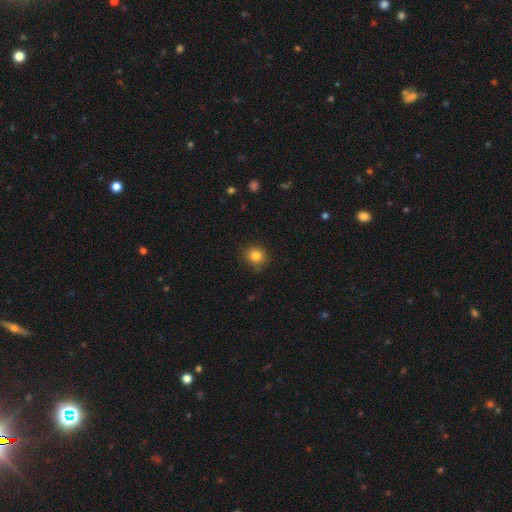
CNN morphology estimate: The model was most divided on "smooth or featured": smooth: 83%, star or artifact: 11%, featured or disk: 6%. More confident: how rounded — round (88%); merging — none (85%).